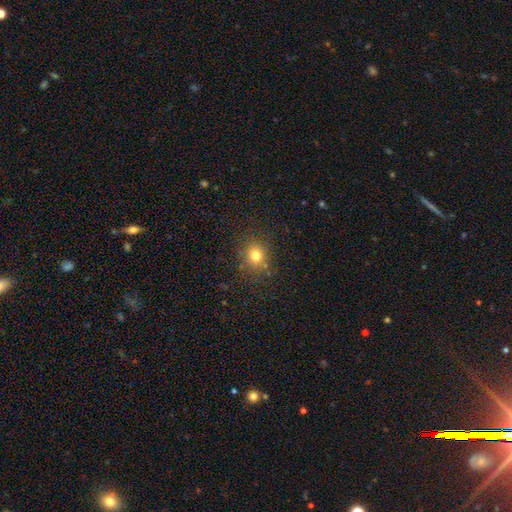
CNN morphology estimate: A smooth galaxy with no disk features (78%) that is round (74%). Merging: none (82%).